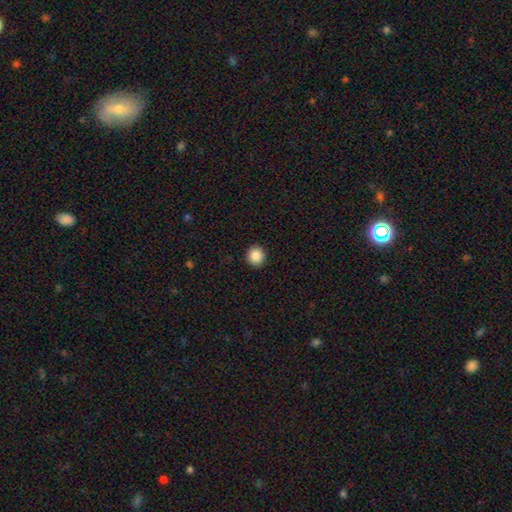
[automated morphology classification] smooth_or_featured: smooth (p=0.88) [alt: star or artifact p=0.09]
how_rounded: round (p=0.89) [alt: in between p=0.10]
merging: none (p=0.92) [alt: minor disturbance p=0.05]